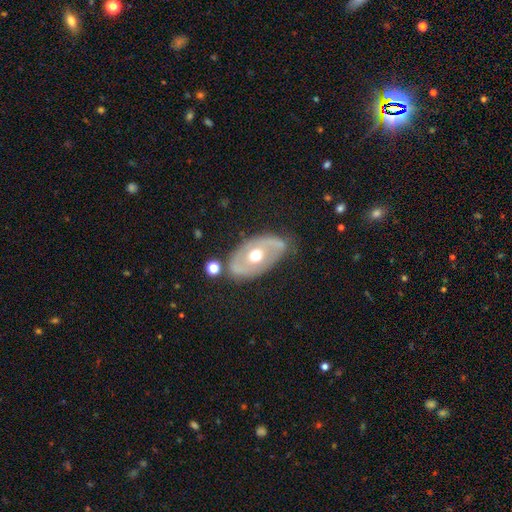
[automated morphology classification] This appears to be a featured or disk galaxy (64%) with no bar (82%), no spiral arms (75%) and a moderate central bulge (78%). Merging: none (68%).